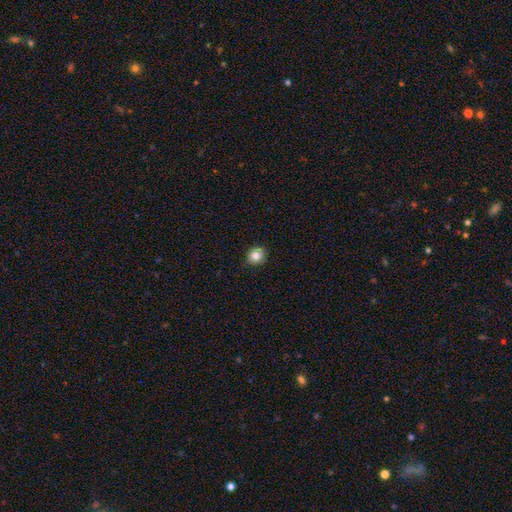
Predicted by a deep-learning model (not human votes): Smooth or featured?
  - smooth: 81% *
  - star or artifact: 11%
  - featured or disk: 8%
How rounded?
  - round: 81% *
  - in between: 18%
  - cigar-shaped: 1%
Merging?
  - none: 85% *
  - minor disturbance: 12%
  - major disturbance: 2%
  - merger: 1%